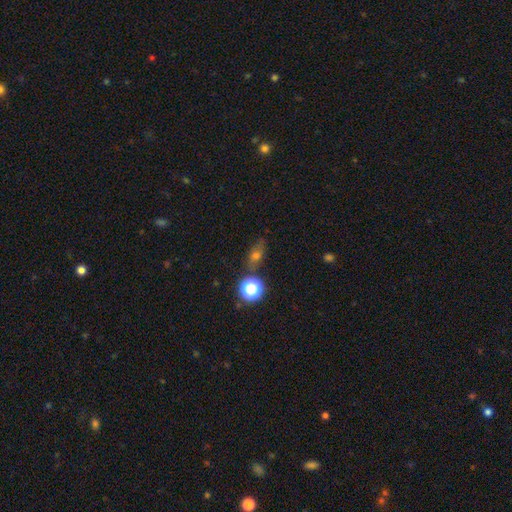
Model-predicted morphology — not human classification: smooth-or-featured: smooth: 50% | star or artifact: 29% | featured or disk: 21%
  merging: none: 68% | minor disturbance: 18% | merger: 7% | major disturbance: 7%